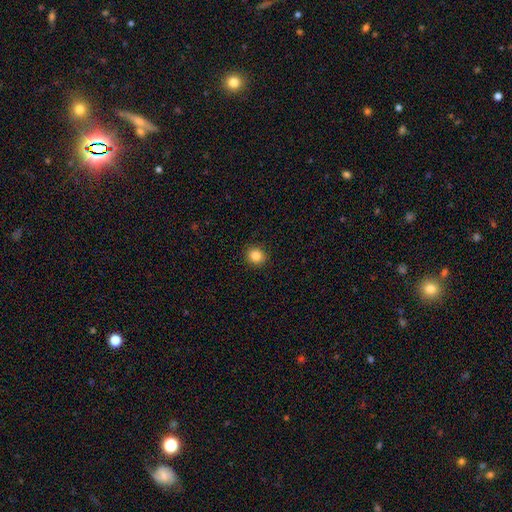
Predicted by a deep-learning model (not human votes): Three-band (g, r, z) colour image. It shows a smooth galaxy with no disk features (85%) that is round (86%). Merging: none (92%).